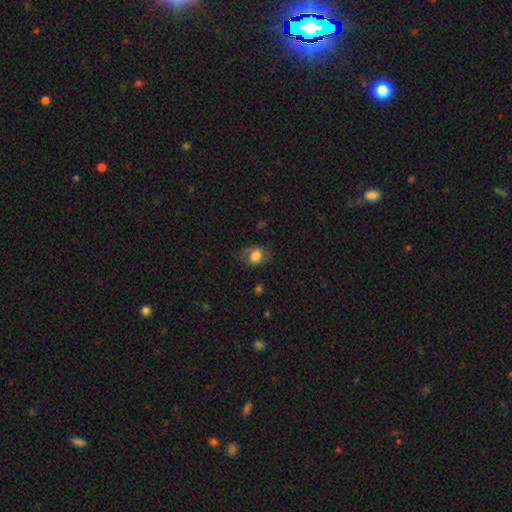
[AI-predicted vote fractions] Overall: smooth (76%). How rounded: in between (53%; round 46%). Merging: none (72%).